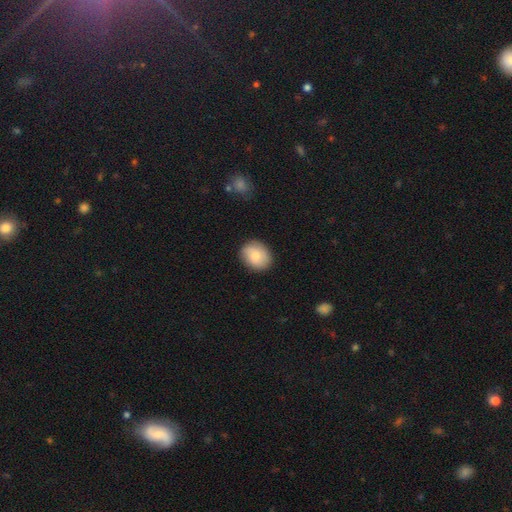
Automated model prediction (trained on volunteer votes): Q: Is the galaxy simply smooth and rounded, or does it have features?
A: smooth — 76%.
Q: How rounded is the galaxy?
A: round — 57%.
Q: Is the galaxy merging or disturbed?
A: none — 85%.